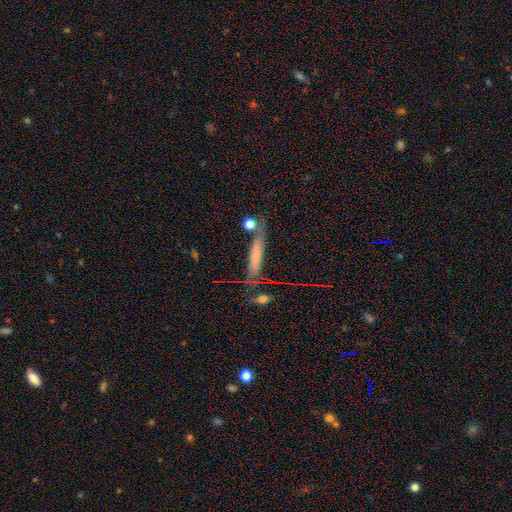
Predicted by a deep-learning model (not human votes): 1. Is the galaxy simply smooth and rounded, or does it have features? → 53% smooth, 36% featured or disk, 11% star or artifact.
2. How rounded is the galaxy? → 83% cigar-shaped, 14% in between, 3% round.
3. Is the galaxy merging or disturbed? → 63% none, 18% minor disturbance, 11% merger, 8% major disturbance.